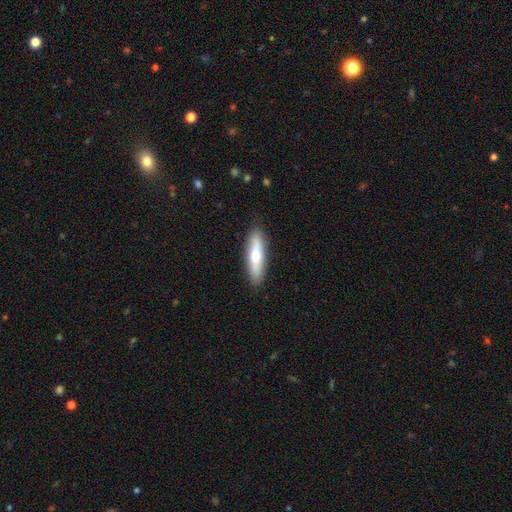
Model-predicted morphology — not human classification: Smooth or featured: smooth — 58% (featured or disk — 36%)
How rounded: cigar-shaped — 68% (in between — 31%)
Merging: none — 88% (minor disturbance — 9%)